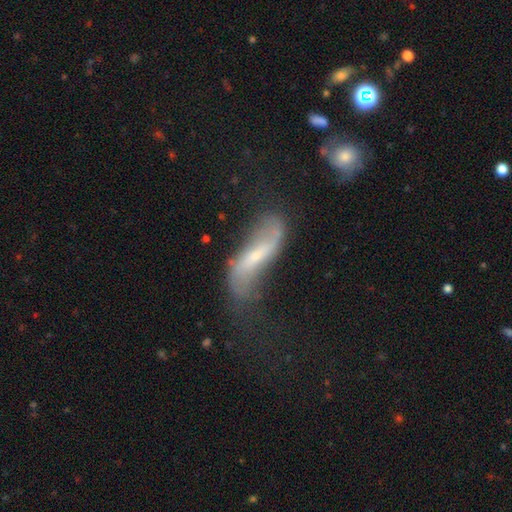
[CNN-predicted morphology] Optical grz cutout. It shows a featured or disk galaxy (65%) with a weak bar (36%, tied with strong), spiral arms (78%) and a small central bulge (61%). Merging: none (43%).